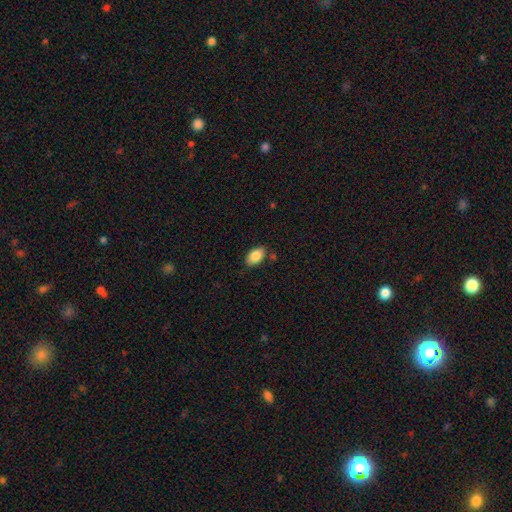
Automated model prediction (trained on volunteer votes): The model was most divided on "merging": none: 80%, minor disturbance: 14%, merger: 4%, major disturbance: 3%. More confident: how rounded — in between (92%); smooth or featured — smooth (87%).